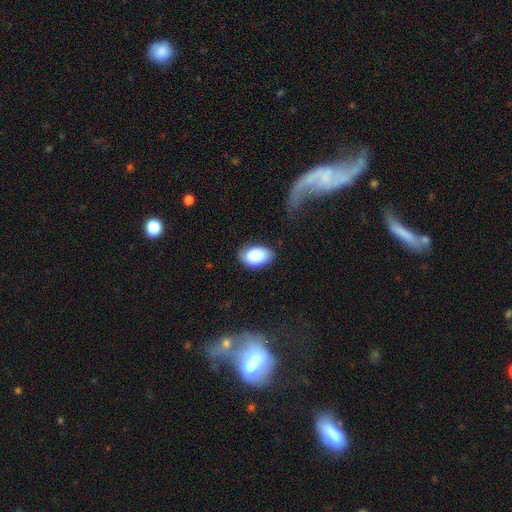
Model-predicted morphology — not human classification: The model was most divided on "merging": none: 72%, minor disturbance: 21%, major disturbance: 6%, merger: 2%. More confident: how rounded — in between (91%); smooth or featured — smooth (84%).